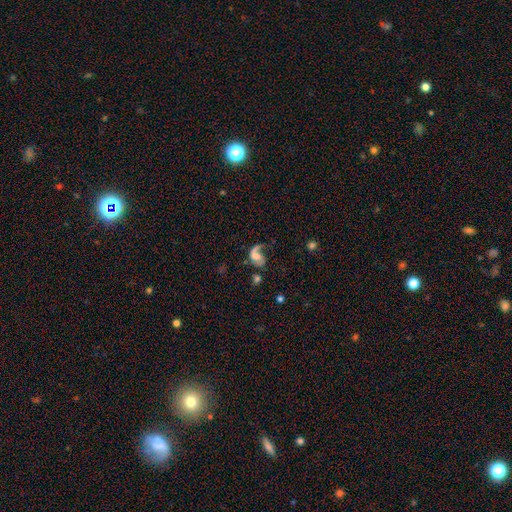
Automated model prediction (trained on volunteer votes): Smooth or featured? featured or disk (71%)
Edge-on disk? no (97%)
Bar? no (52%)
Spiral arms? yes (87%)
Spiral winding? loose (63%)
Spiral arm count? 2 (48%)
Bulge size? moderate (37%)
Merging? major disturbance (37%)